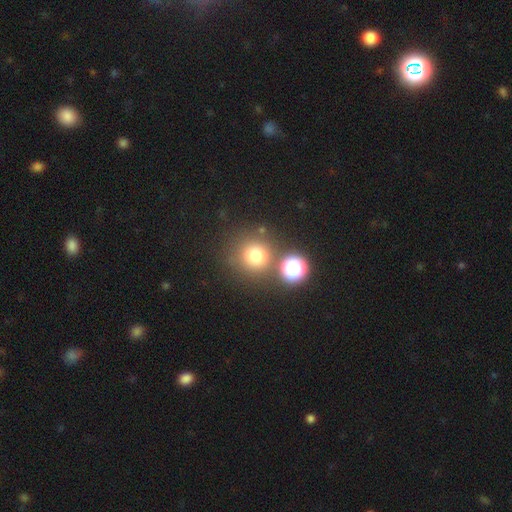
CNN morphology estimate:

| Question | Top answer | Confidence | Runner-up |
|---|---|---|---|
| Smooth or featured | smooth | 74% | star or artifact (18%) |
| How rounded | round | 93% | in between (6%) |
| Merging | none | 74% | merger (12%) |